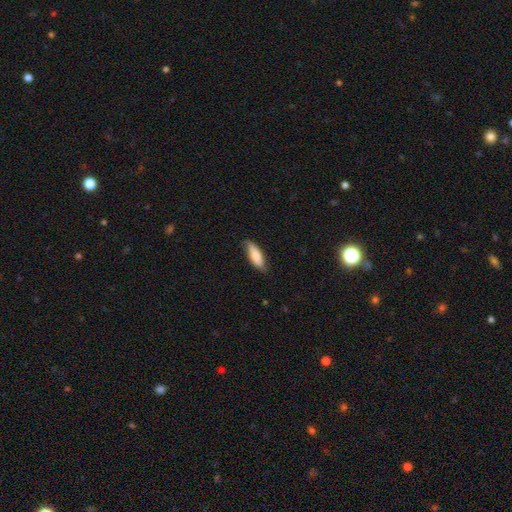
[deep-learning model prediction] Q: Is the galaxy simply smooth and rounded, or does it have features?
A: smooth — 77%.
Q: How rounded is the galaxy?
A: in between — 63%.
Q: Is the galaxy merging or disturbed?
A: none — 75%.